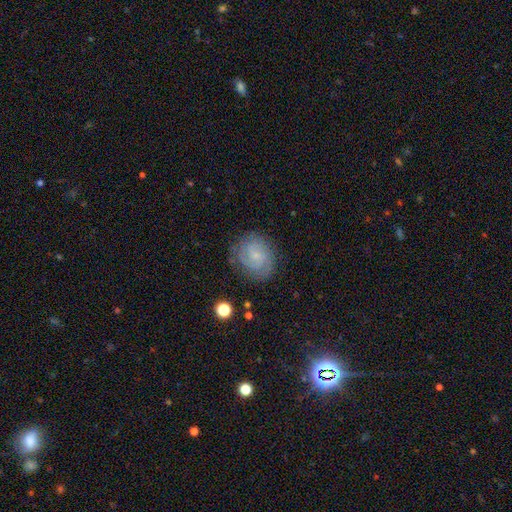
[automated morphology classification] Smooth or featured: featured or disk — 61% (smooth — 30%)
Edge-on disk: no — 98% (yes — 2%)
Bar: no — 70% (weak — 27%)
Spiral arms: yes — 89% (no — 11%)
Spiral winding: tight — 63% (medium — 29%)
Spiral arm count: can't tell — 38% (2 — 34%)
Bulge size: small — 76% (moderate — 12%)
Merging: none — 74% (minor disturbance — 18%)